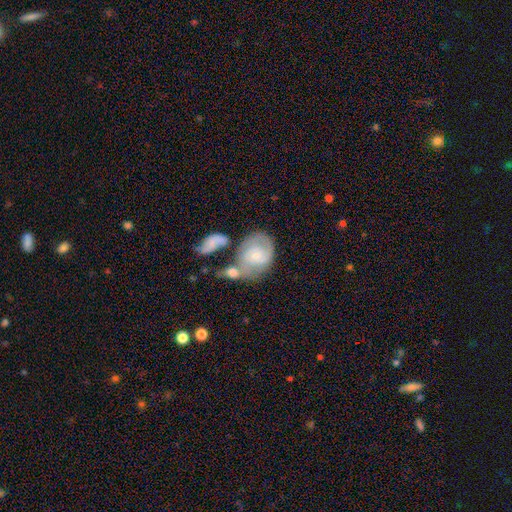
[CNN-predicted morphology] The model was most divided on "merging" (2-way tie): merger: 36%, none: 36%, minor disturbance: 18%, major disturbance: 11%. More confident: edge-on disk — no (96%); spiral arms — yes (82%); bar — no (67%); bulge size — small (66%); smooth or featured — featured or disk (58%).